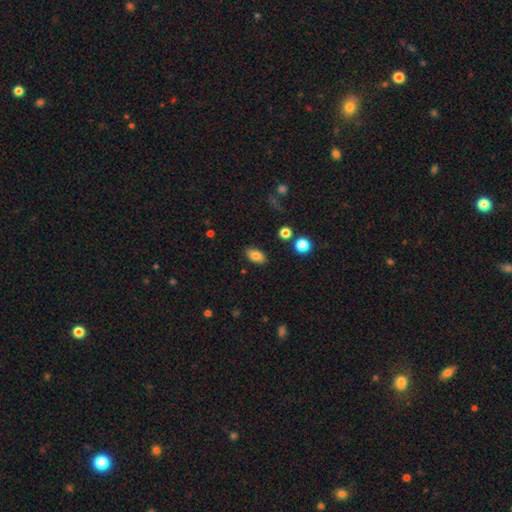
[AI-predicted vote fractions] Smooth or featured? Predicted: smooth (p=0.81). How rounded? Predicted: in between (p=0.90). Merging? Predicted: none (p=0.86).